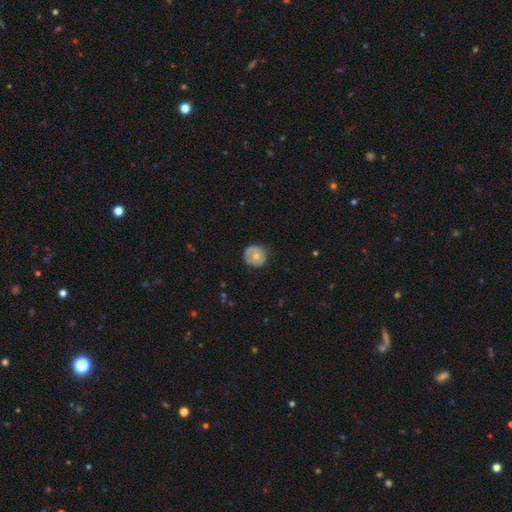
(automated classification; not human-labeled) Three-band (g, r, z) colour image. It shows a smooth galaxy with no disk features (56%) that is round (89%). Merging: none (73%).